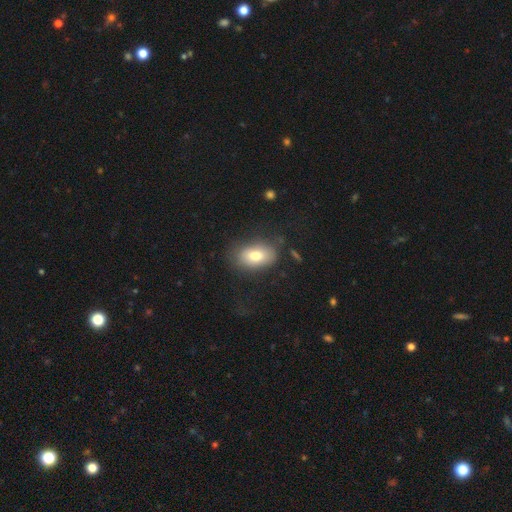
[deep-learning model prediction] The model was most divided on "merging": none: 72%, minor disturbance: 17%, major disturbance: 8%, merger: 2%. More confident: how rounded — in between (86%); smooth or featured — smooth (76%).